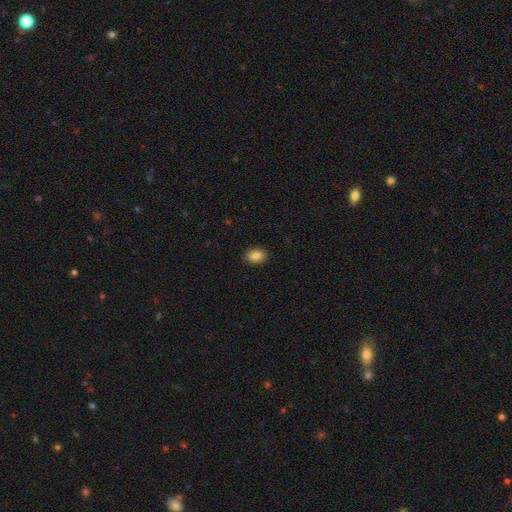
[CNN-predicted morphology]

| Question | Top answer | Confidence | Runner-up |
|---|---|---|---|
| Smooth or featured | smooth | 86% | star or artifact (9%) |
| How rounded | in between | 71% | round (28%) |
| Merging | none | 91% | minor disturbance (7%) |